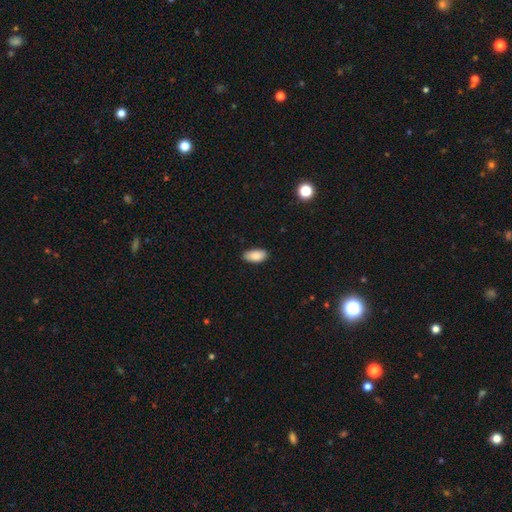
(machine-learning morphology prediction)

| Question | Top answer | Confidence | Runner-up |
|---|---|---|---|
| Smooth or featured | smooth | 88% | star or artifact (7%) |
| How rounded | in between | 94% | cigar-shaped (4%) |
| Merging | none | 86% | minor disturbance (12%) |